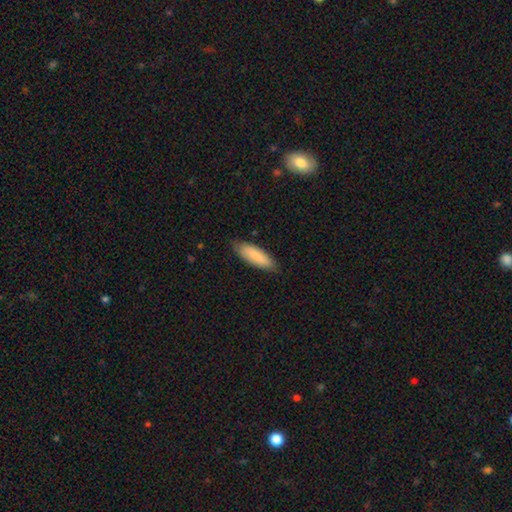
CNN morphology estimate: smooth 83%, featured or disk 11%, star or artifact 6%. Down the decision tree: how rounded — in between (56%); merging — none (82%).